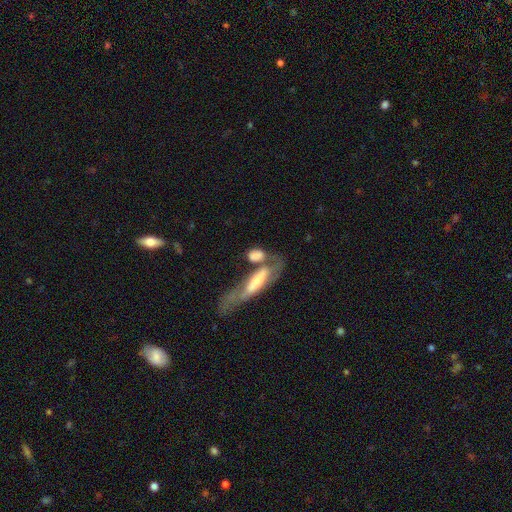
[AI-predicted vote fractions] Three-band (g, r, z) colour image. It shows a smooth galaxy with no disk features (62%) that is in between round and cigar-shaped (56%). Merging: merger (46%).